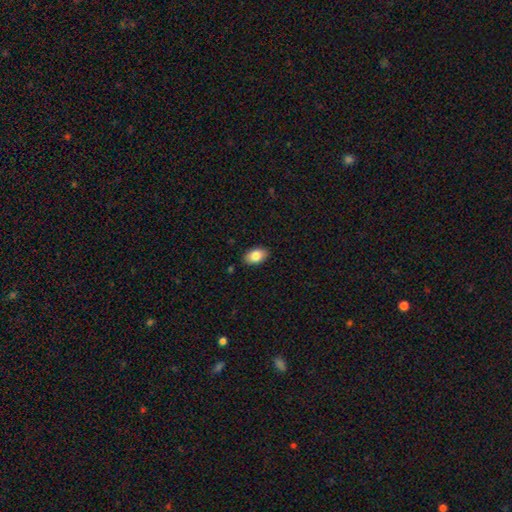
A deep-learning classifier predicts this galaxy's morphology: A smooth galaxy with no disk features (84%) that is in between round and cigar-shaped (91%).

Vote fractions:
- Smooth or featured? smooth: 84% / featured or disk: 8% / star or artifact: 7%
- How rounded? in between: 91% / round: 8% / cigar-shaped: 1%
- Merging? none: 87% / minor disturbance: 9% / major disturbance: 2% / merger: 1%